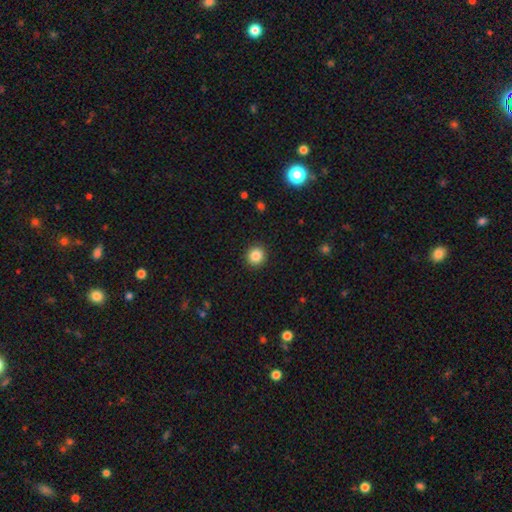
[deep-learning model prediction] smooth 85%, star or artifact 10%, featured or disk 5%. Down the decision tree: how rounded — round (92%); merging — none (92%).